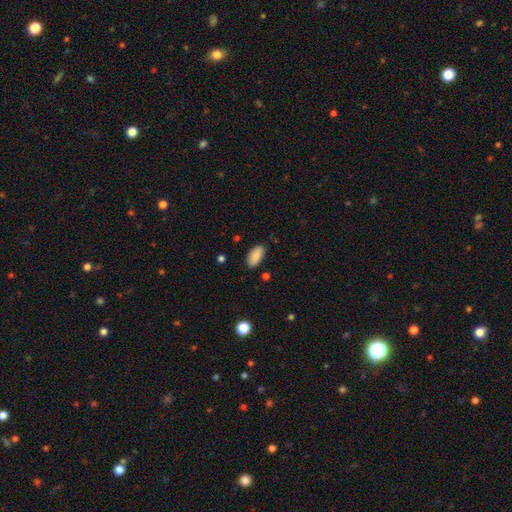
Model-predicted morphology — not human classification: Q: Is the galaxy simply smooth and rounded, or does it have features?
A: smooth — 89%.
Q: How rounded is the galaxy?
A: in between — 91%.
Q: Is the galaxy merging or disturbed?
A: none — 85%.